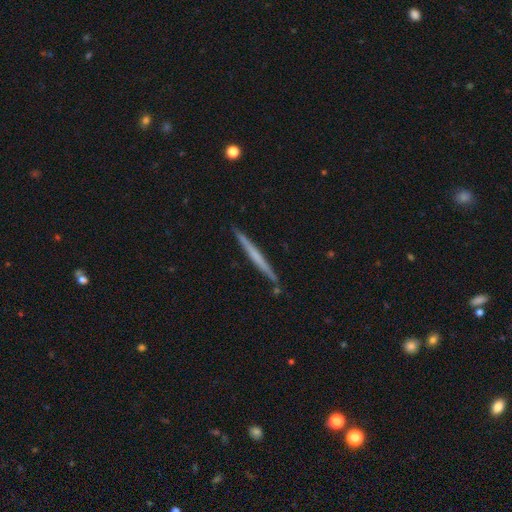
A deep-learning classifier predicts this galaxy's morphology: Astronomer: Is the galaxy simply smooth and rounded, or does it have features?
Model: featured or disk — 55% (runner-up: smooth, 39%).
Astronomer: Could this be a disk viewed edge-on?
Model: yes — 98%.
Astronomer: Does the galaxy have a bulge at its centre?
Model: none — 82%.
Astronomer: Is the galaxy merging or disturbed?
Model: none — 89%.